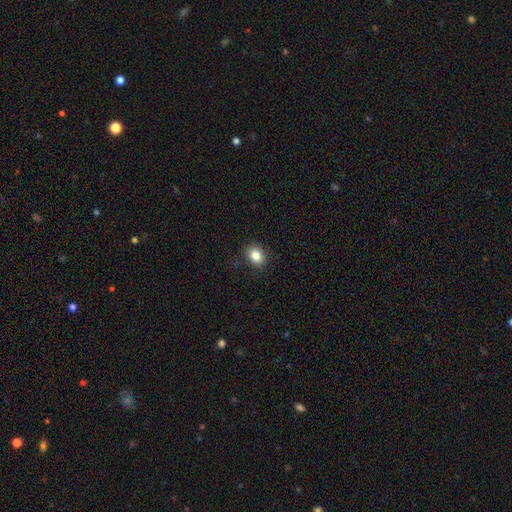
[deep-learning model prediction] Overall: smooth (85%). How rounded: round (51%; in between 48%). Merging: none (88%).